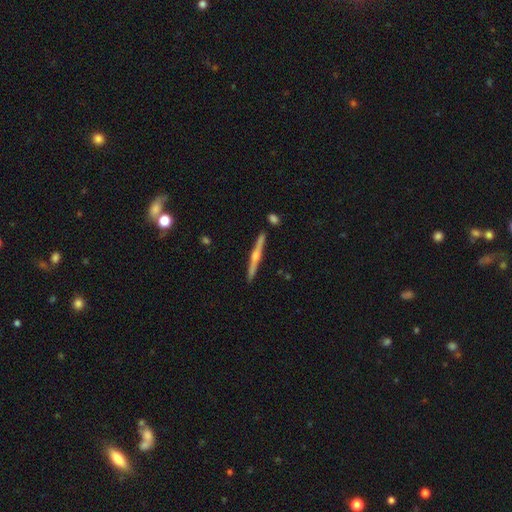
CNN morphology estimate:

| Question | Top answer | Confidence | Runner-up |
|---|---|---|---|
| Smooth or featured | featured or disk | 78% | smooth (17%) |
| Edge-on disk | yes | 98% | no (2%) |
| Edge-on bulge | rounded | 87% | none (8%) |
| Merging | none | 88% | minor disturbance (7%) |